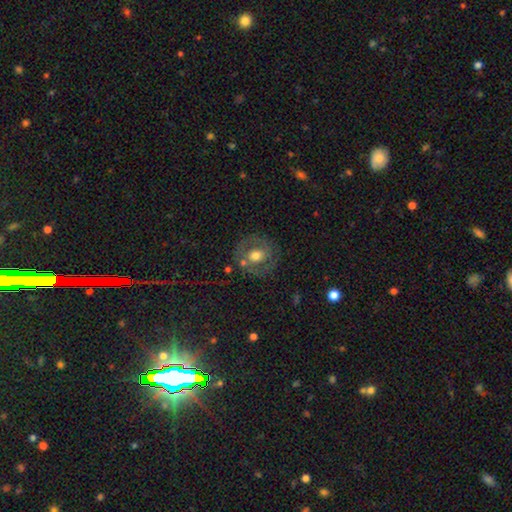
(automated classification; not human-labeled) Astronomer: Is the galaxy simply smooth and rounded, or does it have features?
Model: featured or disk — 46% (runner-up: smooth, 45%).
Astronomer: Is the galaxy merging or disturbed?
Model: none — 73%.